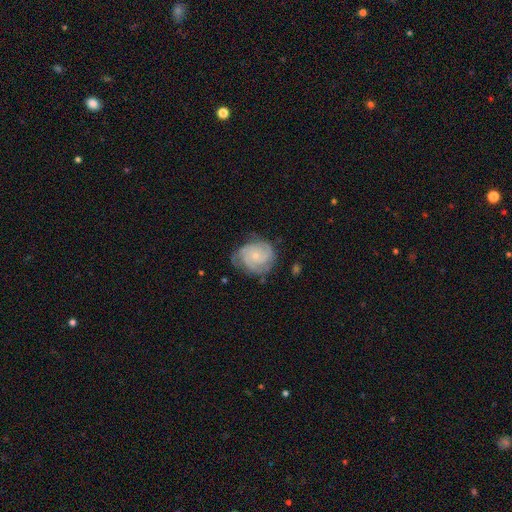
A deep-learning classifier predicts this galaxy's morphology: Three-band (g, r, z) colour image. It shows a featured or disk galaxy (79%) with no bar (75%), 2 (36%) tight (66%) spiral arms (95%) and a small central bulge (73%). Merging: none (68%).